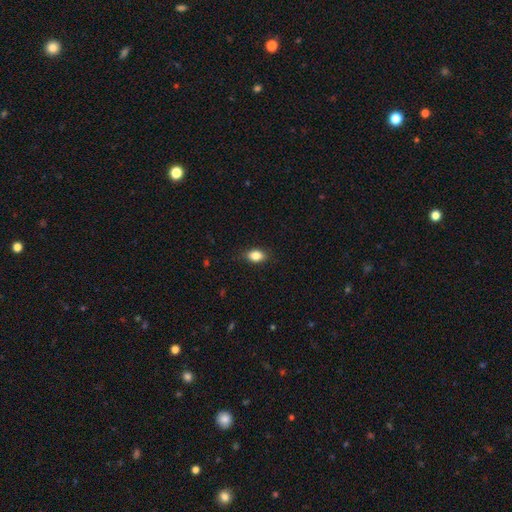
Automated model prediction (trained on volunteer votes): smooth 84%, star or artifact 8%, featured or disk 8%. Down the decision tree: how rounded — in between (80%); merging — none (83%).